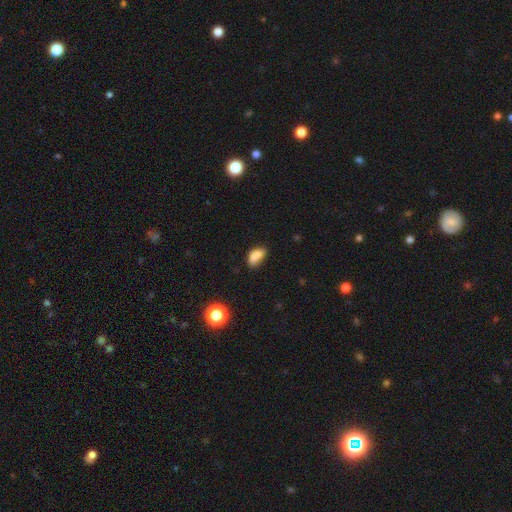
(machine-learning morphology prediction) smooth_or_featured: smooth (p=0.79) [alt: star or artifact p=0.11]
how_rounded: in between (p=0.87) [alt: round p=0.08]
merging: none (p=0.44) [alt: minor disturbance p=0.31]